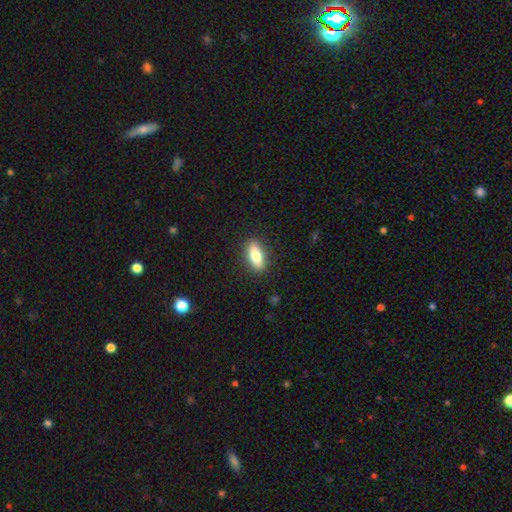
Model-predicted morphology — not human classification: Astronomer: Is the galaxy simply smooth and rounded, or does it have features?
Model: smooth — 70%.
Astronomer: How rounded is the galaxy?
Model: in between — 67%.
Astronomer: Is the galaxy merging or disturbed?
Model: none — 88%.